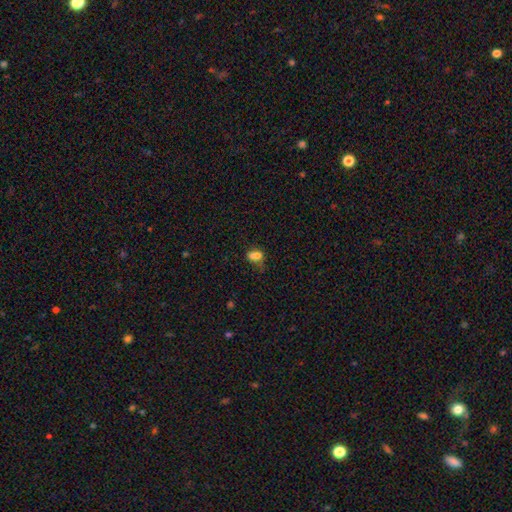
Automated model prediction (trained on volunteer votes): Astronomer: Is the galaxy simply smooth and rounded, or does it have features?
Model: smooth — 70%.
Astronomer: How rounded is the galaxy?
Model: in between — 63%.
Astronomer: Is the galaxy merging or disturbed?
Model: merger — 38% (runner-up: none, 33%).